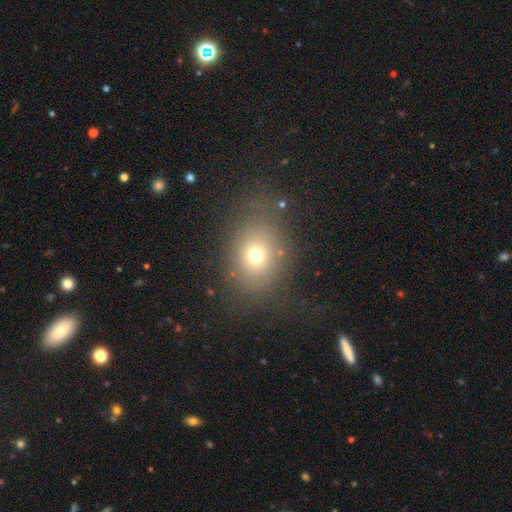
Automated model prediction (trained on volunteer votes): A smooth galaxy with no disk features (69%) that is round (56%). Merging: none (70%).